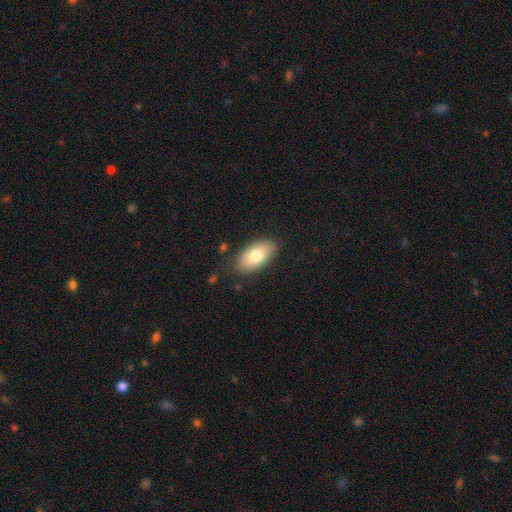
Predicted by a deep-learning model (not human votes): Q: Smooth or featured?
A: smooth (77%); runner-up: featured or disk (17%)
Q: How rounded?
A: in between (93%); runner-up: round (4%)
Q: Merging?
A: none (82%); runner-up: minor disturbance (13%)